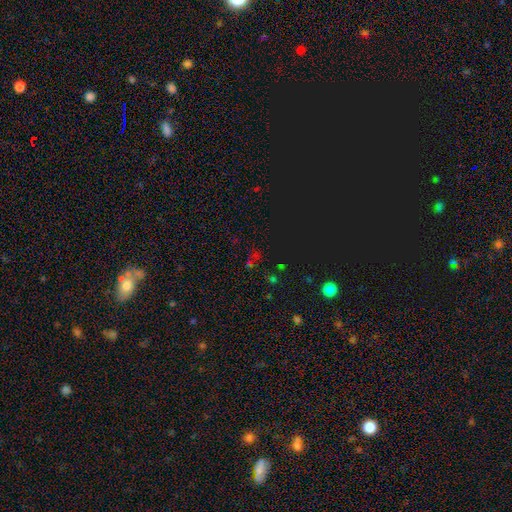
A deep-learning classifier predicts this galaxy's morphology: Smooth or featured? Predicted: star or artifact (p=0.60).